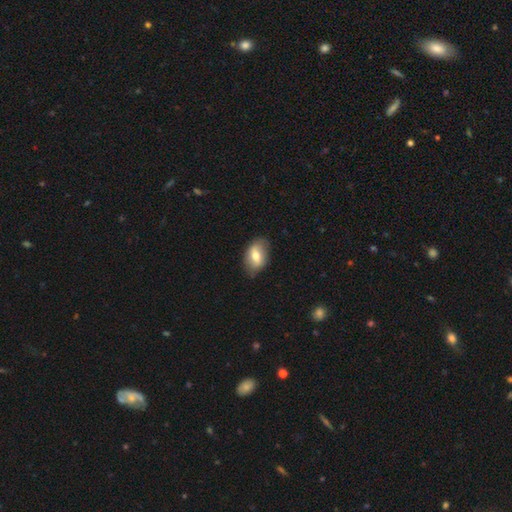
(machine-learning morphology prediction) Overall: smooth (65%; featured or disk 28%). How rounded: in between (88%). Merging: none (77%).